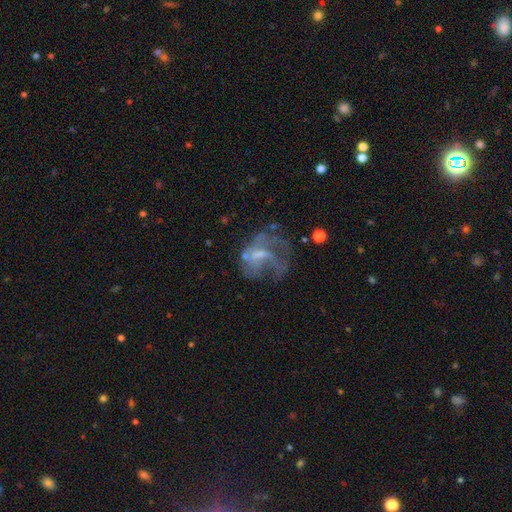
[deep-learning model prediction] Overall: featured or disk (62%; smooth 24%). Edge-on disk: no (97%). Bar: no (52%; weak 38%). Spiral arms: no (59%; yes 41%). Bulge size: none (37%; small 35%). Merging: major disturbance (47%; none 29%).